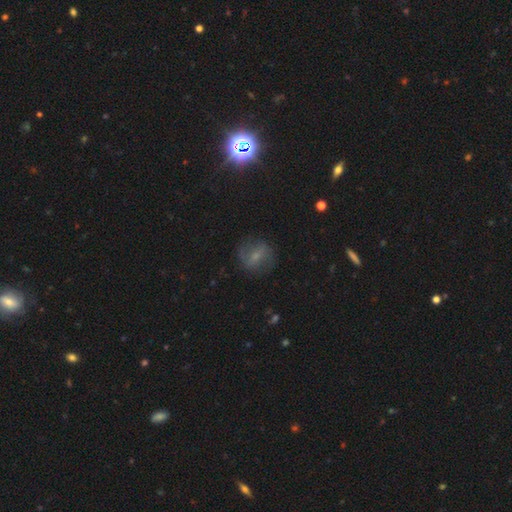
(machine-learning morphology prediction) featured or disk 47%, smooth 40%, star or artifact 13%. Down the decision tree: merging — none (74%).